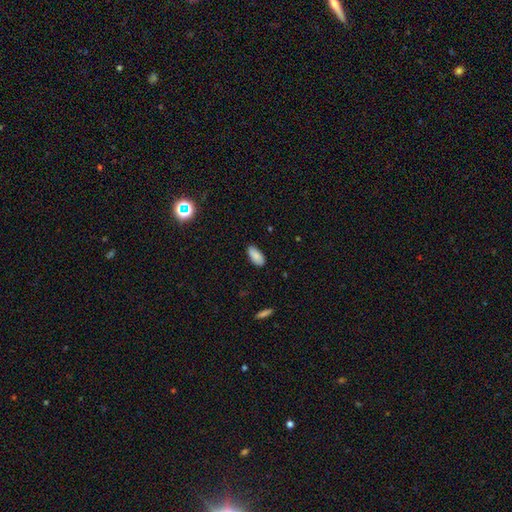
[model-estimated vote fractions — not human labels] Overall: smooth (85%). How rounded: in between (90%). Merging: none (84%).